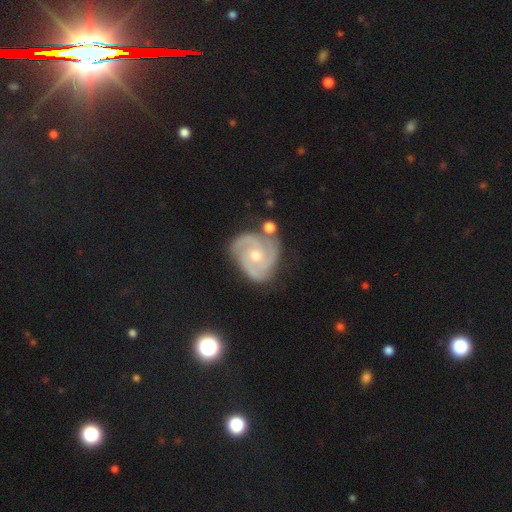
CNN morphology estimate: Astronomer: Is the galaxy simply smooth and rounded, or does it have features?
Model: featured or disk — 90%.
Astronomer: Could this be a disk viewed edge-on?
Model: no — 98%.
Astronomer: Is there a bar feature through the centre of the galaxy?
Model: no — 70%.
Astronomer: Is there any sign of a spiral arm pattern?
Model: yes — 98%.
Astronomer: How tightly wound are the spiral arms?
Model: tight — 62%.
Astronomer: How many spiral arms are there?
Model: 3 — 56%.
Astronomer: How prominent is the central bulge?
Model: moderate — 60% (runner-up: small, 36%).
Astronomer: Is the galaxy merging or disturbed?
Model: none — 67%.